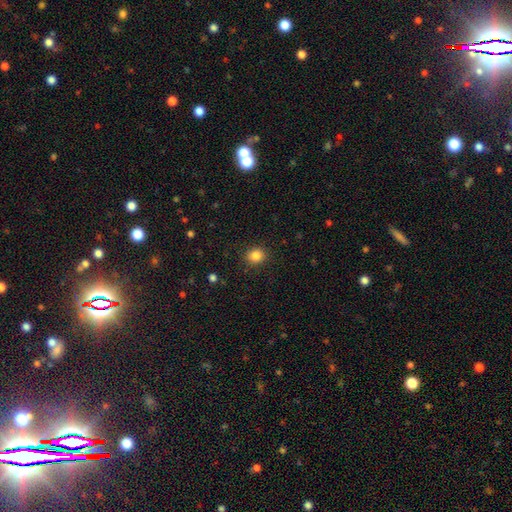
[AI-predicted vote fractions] Morphology: type=smooth (85%); roundness=round (73%); merging=none (89%).